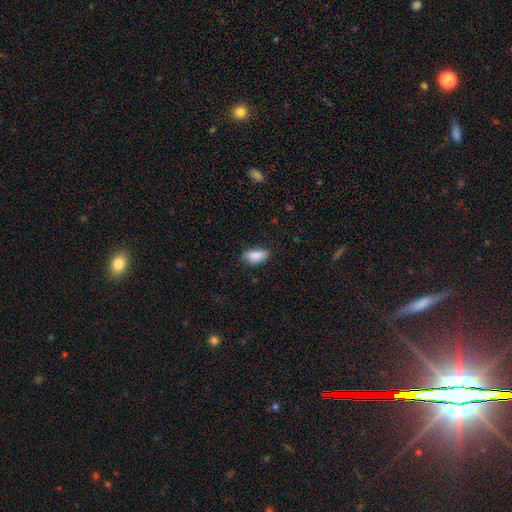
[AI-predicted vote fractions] Overall: smooth (88%). How rounded: in between (90%). Merging: none (77%).